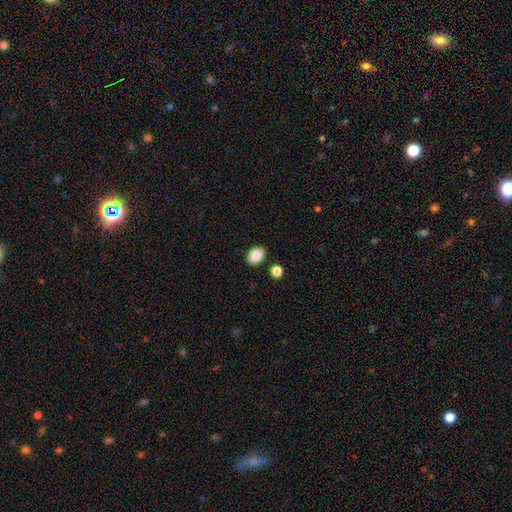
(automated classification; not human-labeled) A smooth galaxy with no disk features (86%) that is in between round and cigar-shaped (74%).

Vote fractions:
- Smooth or featured? smooth: 86% / star or artifact: 8% / featured or disk: 6%
- How rounded? in between: 74% / round: 25% / cigar-shaped: 1%
- Merging? none: 87% / minor disturbance: 8% / merger: 3% / major disturbance: 2%